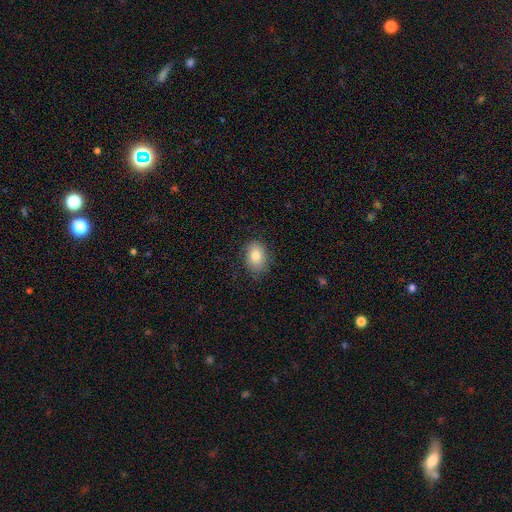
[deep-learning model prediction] This is clearly a smooth galaxy (83%). How rounded: likely in between (77%). Merging: clearly none (81%).